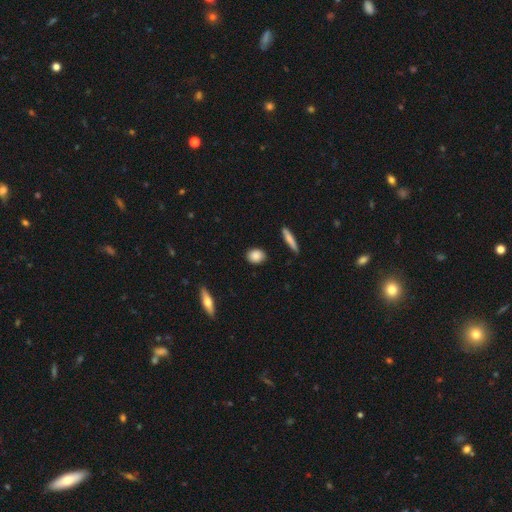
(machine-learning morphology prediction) A smooth galaxy with no disk features (87%) that is round (49%). Merging: none (88%).